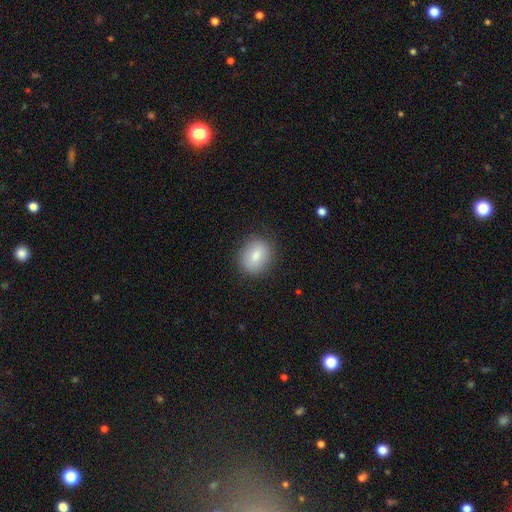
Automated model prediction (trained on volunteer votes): Morphology: type=smooth (80%); roundness=round (59%); merging=none (85%).